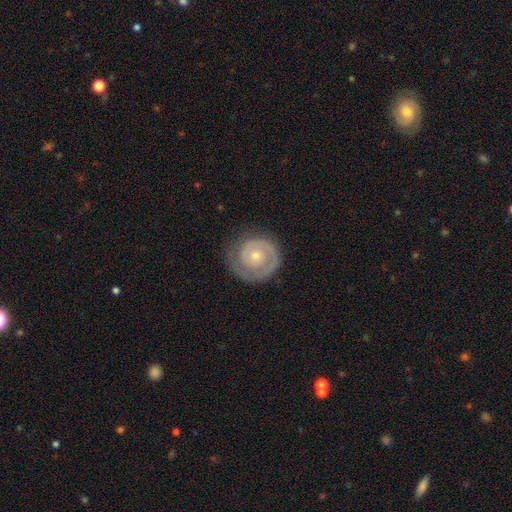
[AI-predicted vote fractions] Smooth or featured? featured or disk (77%)
Edge-on disk? no (98%)
Bar? no (82%)
Spiral arms? yes (89%)
Spiral winding? tight (78%)
Spiral arm count? 1 (59%)
Bulge size? small (51%)
Merging? none (76%)